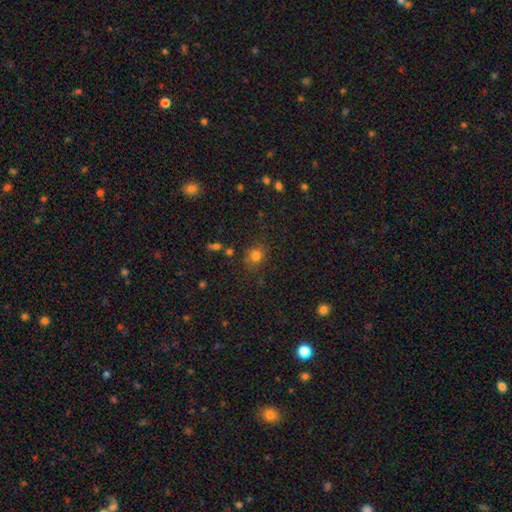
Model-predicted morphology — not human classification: Smooth or featured? Predicted: smooth (p=0.77). How rounded? Predicted: round (p=0.75). Merging? Predicted: none (p=0.77).